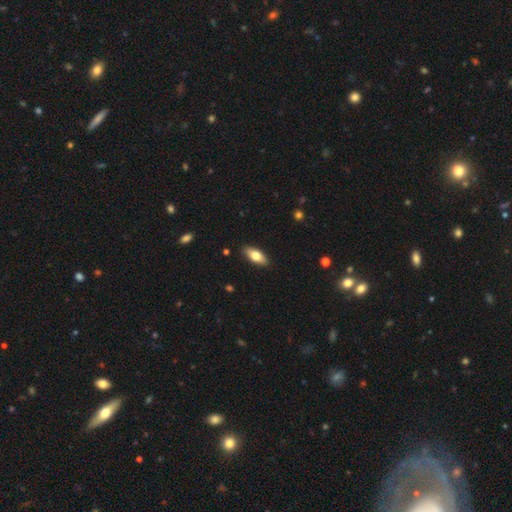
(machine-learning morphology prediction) Smooth or featured? smooth (75%)
How rounded? in between (84%)
Merging? none (89%)